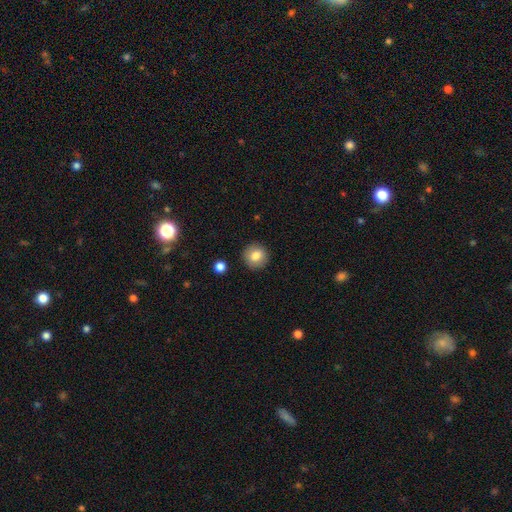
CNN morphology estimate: This appears to be a smooth galaxy with no disk features (81%) that is round (93%). Merging: none (91%).